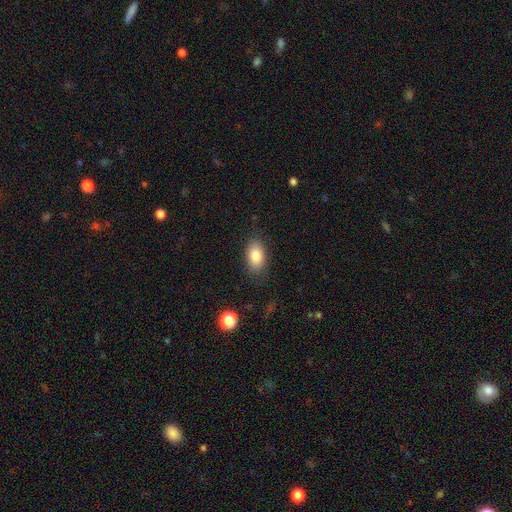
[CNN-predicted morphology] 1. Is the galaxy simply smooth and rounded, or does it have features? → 83% smooth, 9% featured or disk, 8% star or artifact.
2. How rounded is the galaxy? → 91% in between, 7% round, 2% cigar-shaped.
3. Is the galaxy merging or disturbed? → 82% none, 13% minor disturbance, 4% major disturbance, 1% merger.